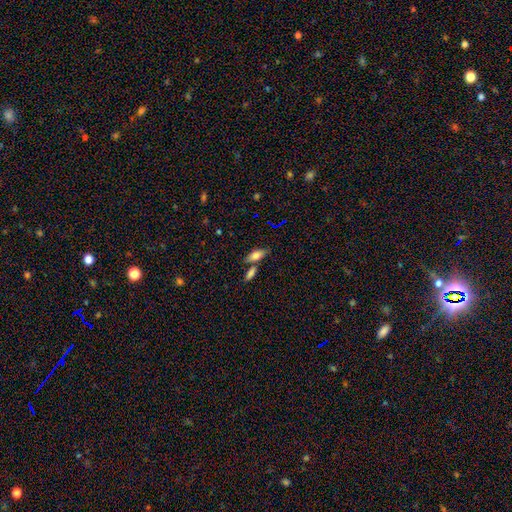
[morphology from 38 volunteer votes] Smooth or featured? smooth (71%)
How rounded? in between (89%)
Merging? none (65%)